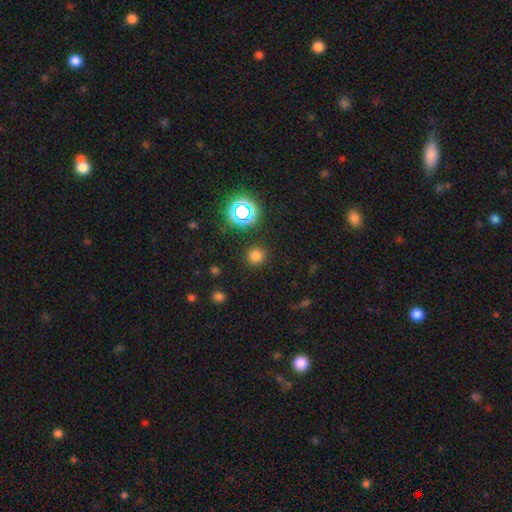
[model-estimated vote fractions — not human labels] Smooth or featured? smooth (73%)
How rounded? round (93%)
Merging? none (89%)